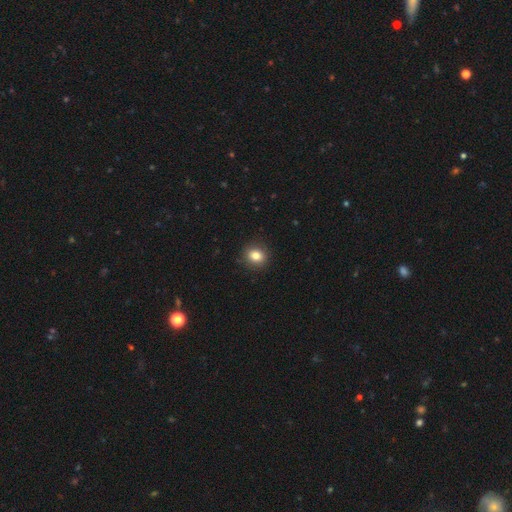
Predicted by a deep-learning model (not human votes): Smooth or featured: smooth — 83% (star or artifact — 11%)
How rounded: round — 74% (in between — 25%)
Merging: none — 90% (minor disturbance — 7%)